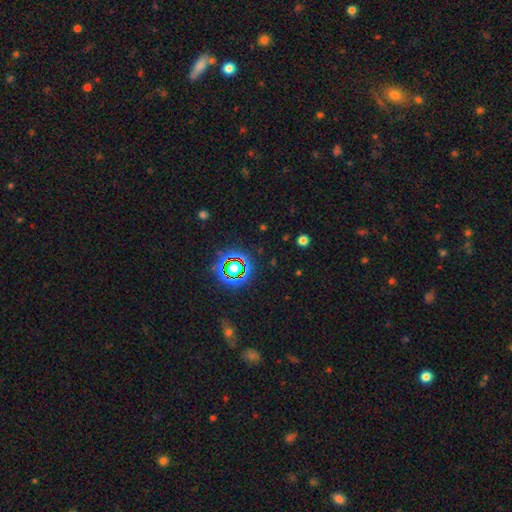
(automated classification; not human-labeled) smooth_or_featured: star or artifact (p=0.77) [alt: smooth p=0.14]